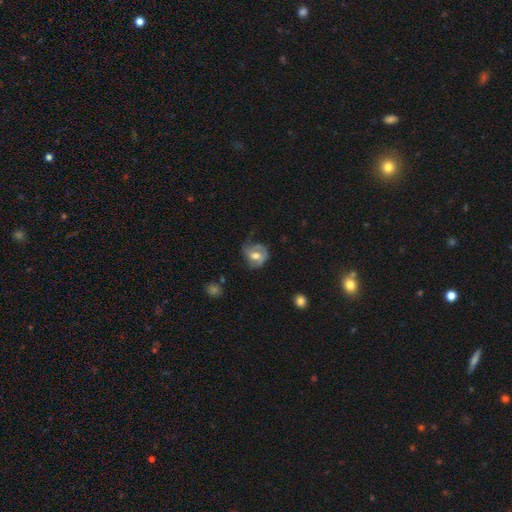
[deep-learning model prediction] Smooth or featured?
  - featured or disk: 58% *
  - smooth: 35%
  - star or artifact: 7%
Edge-on disk?
  - no: 97% *
  - yes: 3%
Bar?
  - no: 52% *
  - weak: 35%
  - strong: 12%
Spiral arms?
  - yes: 74% *
  - no: 26%
Bulge size?
  - moderate: 68% *
  - large: 19%
  - small: 10%
  - none: 2%
  - dominant: 1%
Merging?
  - none: 42% *
  - minor disturbance: 29%
  - major disturbance: 27%
  - merger: 2%